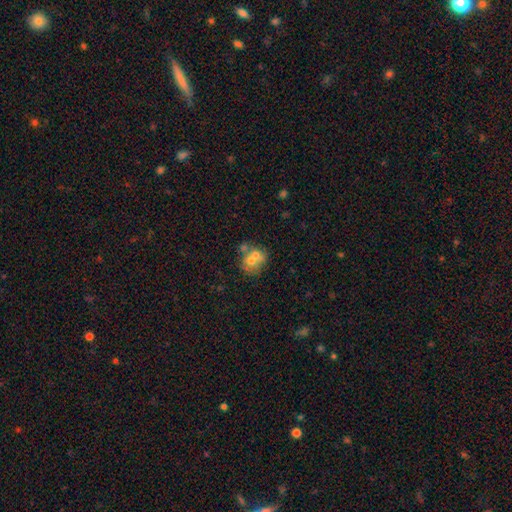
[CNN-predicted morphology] Smooth or featured: smooth — 50% (featured or disk — 31%)
Merging: merger — 46% (none — 40%)